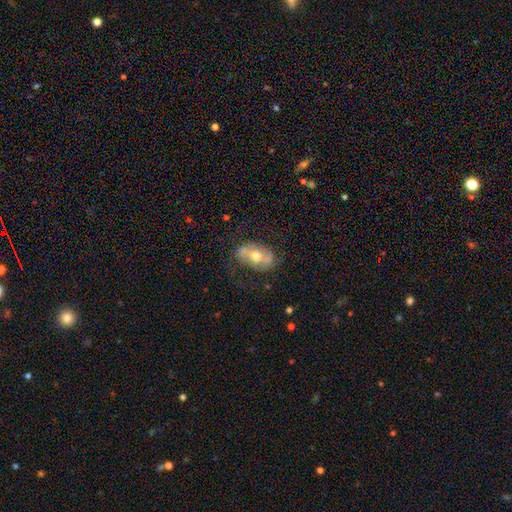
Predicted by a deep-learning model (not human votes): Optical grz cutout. It shows a featured or disk galaxy (55%). Merging: none (65%).